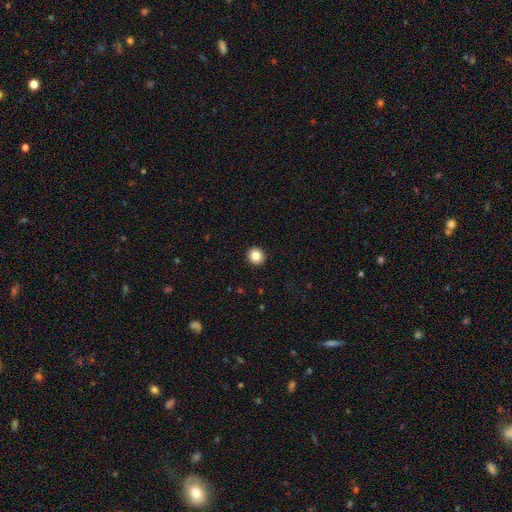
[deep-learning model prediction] Smooth or featured: smooth — 85% (star or artifact — 10%)
How rounded: round — 91% (in between — 8%)
Merging: none — 93% (minor disturbance — 5%)